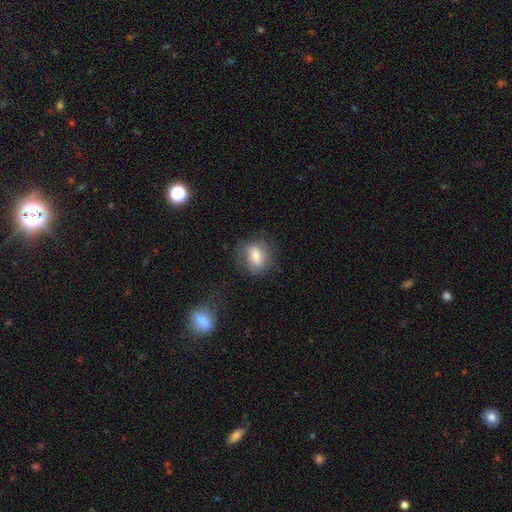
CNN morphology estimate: Overall: smooth (51%; featured or disk 40%). How rounded: round (50%; in between 48%). Merging: none (68%).